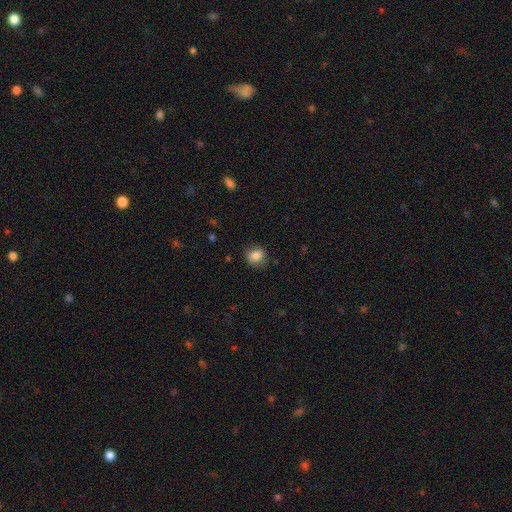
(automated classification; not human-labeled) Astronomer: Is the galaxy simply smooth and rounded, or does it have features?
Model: smooth — 85%.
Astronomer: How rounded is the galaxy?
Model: round — 79%.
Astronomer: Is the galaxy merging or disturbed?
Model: none — 81%.